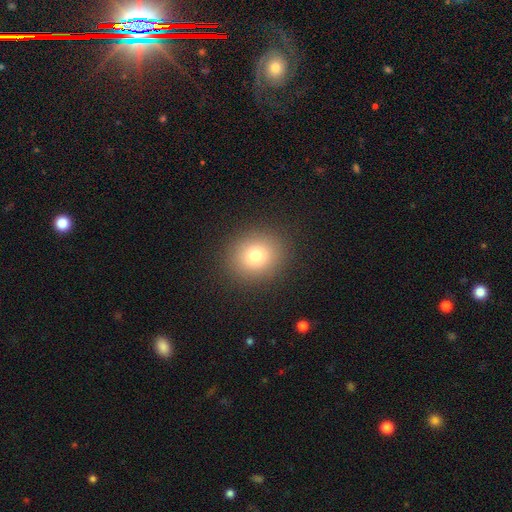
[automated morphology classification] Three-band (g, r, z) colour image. It shows a smooth galaxy with no disk features (78%) that is round (78%). Merging: none (90%).